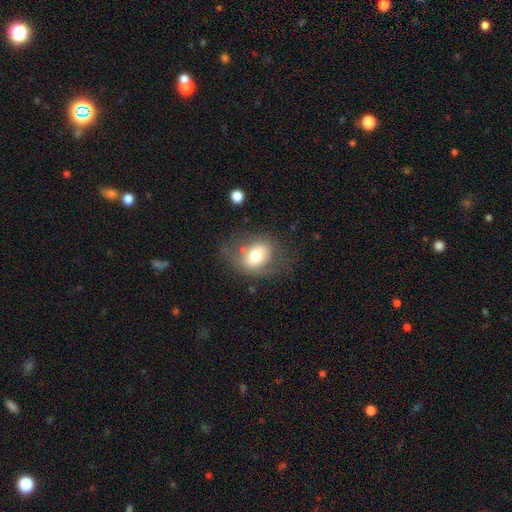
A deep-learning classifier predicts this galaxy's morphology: This appears to be a smooth galaxy with no disk features (62%) that is in between round and cigar-shaped (58%). Merging: none (55%).